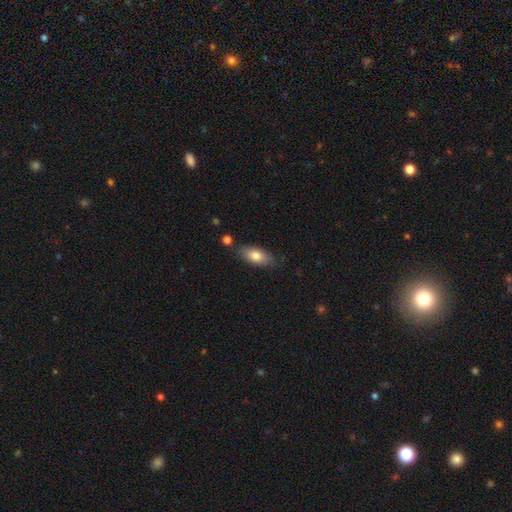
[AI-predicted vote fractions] smooth-or-featured: smooth: 77% | featured or disk: 17% | star or artifact: 7%
  how-rounded: in between: 85% | cigar-shaped: 11% | round: 4%
  merging: none: 78% | minor disturbance: 14% | merger: 5% | major disturbance: 3%